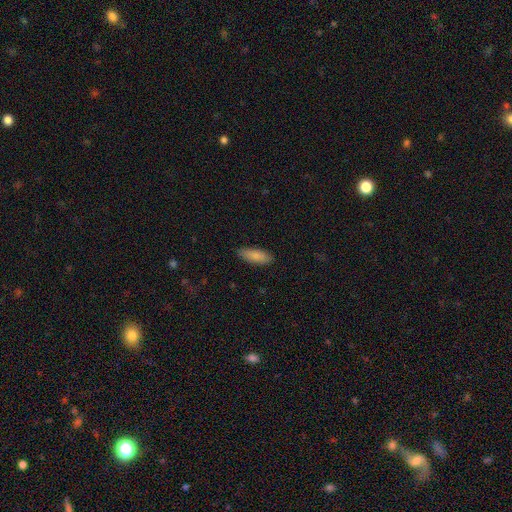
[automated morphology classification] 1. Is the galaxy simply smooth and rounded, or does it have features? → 86% smooth, 8% featured or disk, 6% star or artifact.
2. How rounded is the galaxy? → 66% in between, 32% cigar-shaped, 2% round.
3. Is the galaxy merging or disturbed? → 87% none, 10% minor disturbance, 2% major disturbance, 1% merger.